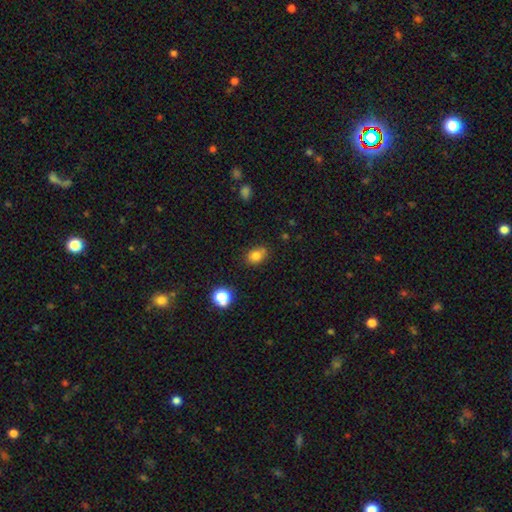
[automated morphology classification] smooth 81%, star or artifact 12%, featured or disk 8%. Down the decision tree: how rounded — in between (69%); merging — none (76%).